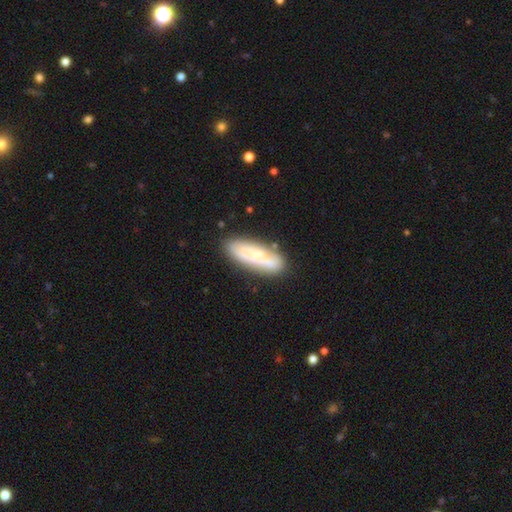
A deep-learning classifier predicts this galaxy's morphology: This is possibly a smooth galaxy (53%). How rounded: possibly in between (52%). Merging: likely none (74%).